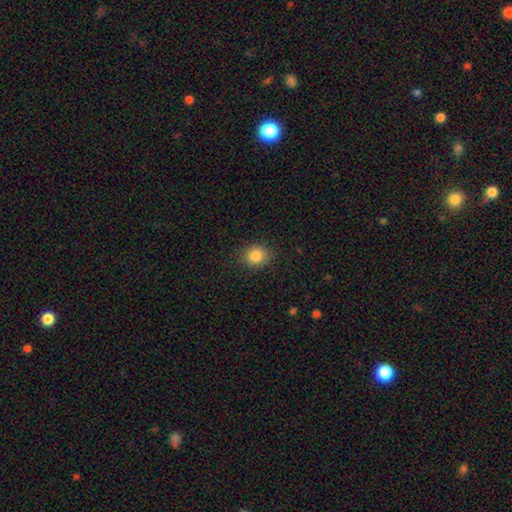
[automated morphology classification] This appears to be a smooth galaxy with no disk features (84%) that is round (71%). Merging: none (89%).